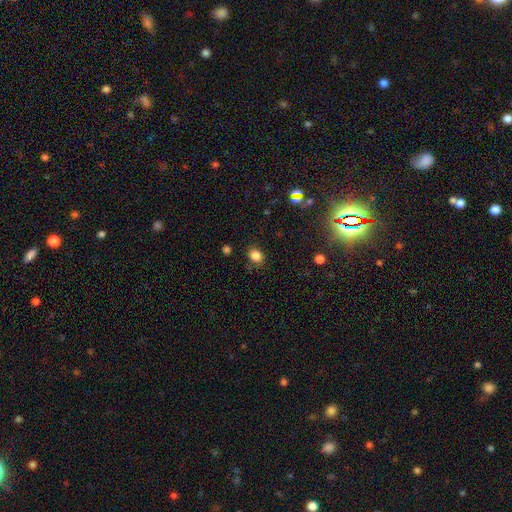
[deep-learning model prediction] smooth_or_featured: smooth (p=0.83) [alt: star or artifact p=0.12]
how_rounded: in between (p=0.51) [alt: round p=0.48]
merging: none (p=0.83) [alt: minor disturbance p=0.11]